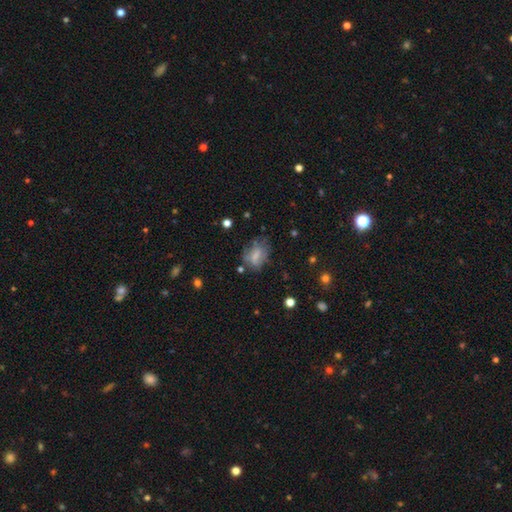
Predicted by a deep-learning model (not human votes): Smooth or featured? Predicted: smooth (p=0.60). How rounded? Predicted: in between (p=0.78). Merging? Predicted: none (p=0.49).